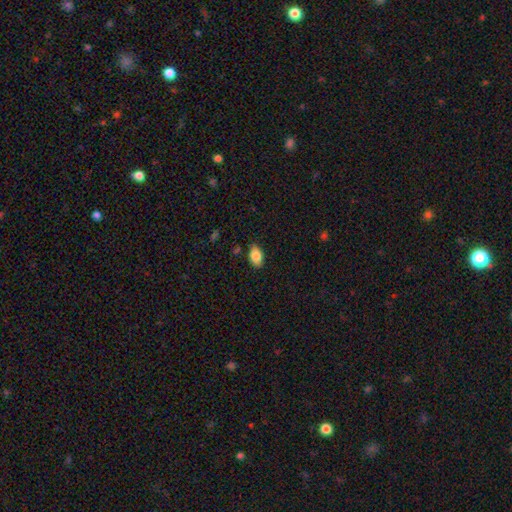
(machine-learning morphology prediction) smooth 84%, featured or disk 8%, star or artifact 7%. Down the decision tree: how rounded — in between (92%); merging — none (82%).